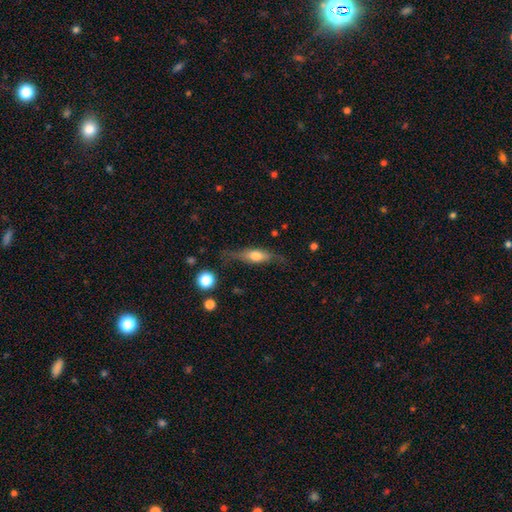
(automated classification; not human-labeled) Smooth or featured? smooth (51%)
How rounded? in between (49%)
Merging? none (63%)